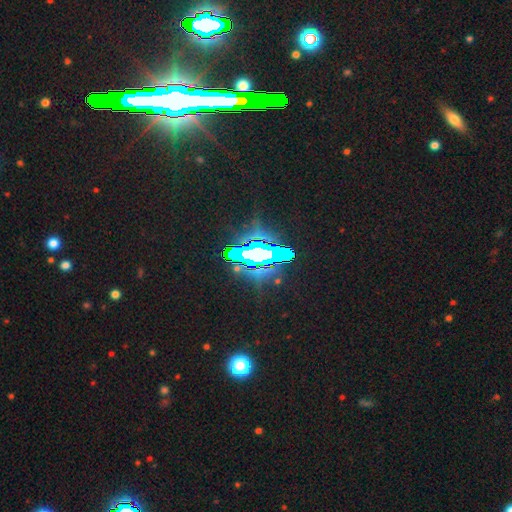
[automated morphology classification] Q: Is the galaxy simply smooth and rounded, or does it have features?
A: star or artifact — 65%.